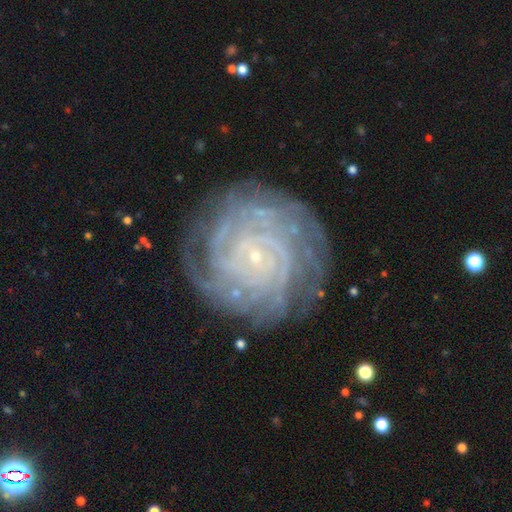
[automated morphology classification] A featured or disk galaxy (89%) with no bar (76%), can't tell (23%, tied with 4) tight (85%) spiral arms (98%) and a small central bulge (91%).

Vote fractions:
- Smooth or featured? featured or disk: 89% / star or artifact: 6% / smooth: 5%
- Edge-on disk? no: 98% / yes: 2%
- Bar? no: 76% / weak: 17% / strong: 7%
- Spiral arms? yes: 98% / no: 2%
- Spiral winding? tight: 85% / medium: 13% / loose: 2%
- Spiral arm count? can't tell: 23% (tied) / 4: 23% (tied) / more than 4: 20% / 3: 14% / 2: 12% / 1: 8%
- Bulge size? small: 91% / moderate: 5% / none: 2% / large: 1% / dominant: 1%
- Merging? none: 80% / minor disturbance: 14% / major disturbance: 5% / merger: 2%